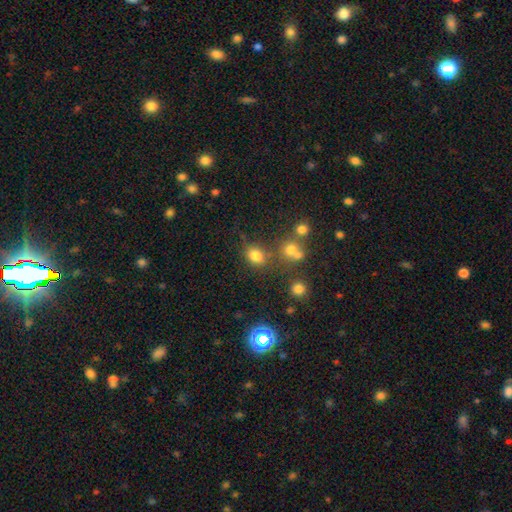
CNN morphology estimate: smooth_or_featured: smooth (p=0.77) [alt: star or artifact p=0.15]
how_rounded: in between (p=0.54) [alt: round p=0.44]
merging: none (p=0.65) [alt: minor disturbance p=0.15]